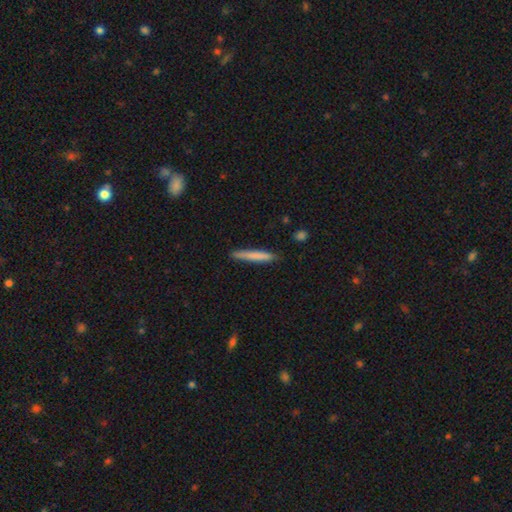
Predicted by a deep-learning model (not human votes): A smooth galaxy with no disk features (74%) that is cigar-shaped (96%).

Vote fractions:
- Smooth or featured? smooth: 74% / featured or disk: 20% / star or artifact: 6%
- How rounded? cigar-shaped: 96% / in between: 3% / round: 1%
- Merging? none: 86% / minor disturbance: 11% / major disturbance: 2% / merger: 1%